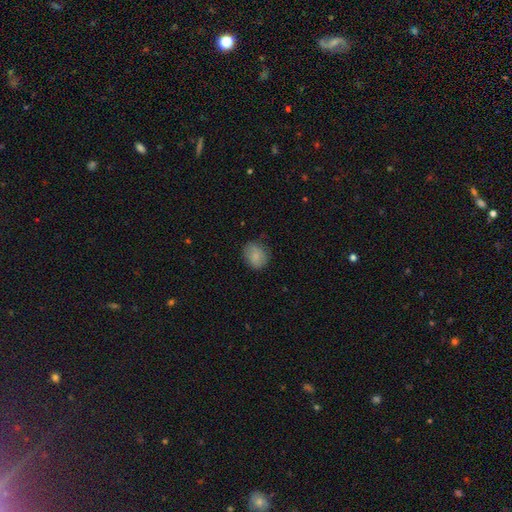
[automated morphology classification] smooth 81%, featured or disk 12%, star or artifact 8%. Down the decision tree: how rounded — round (65%); merging — none (74%).